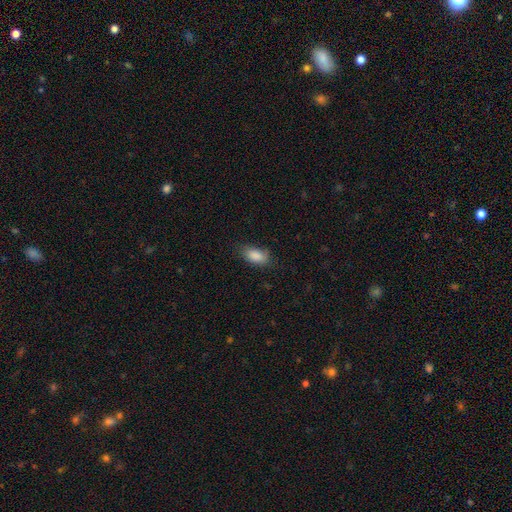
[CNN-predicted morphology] A smooth galaxy with no disk features (87%) that is in between round and cigar-shaped (91%).

Vote fractions:
- Smooth or featured? smooth: 87% / star or artifact: 7% / featured or disk: 6%
- How rounded? in between: 91% / cigar-shaped: 5% / round: 4%
- Merging? none: 71% / minor disturbance: 23% / major disturbance: 6% / merger: 1%